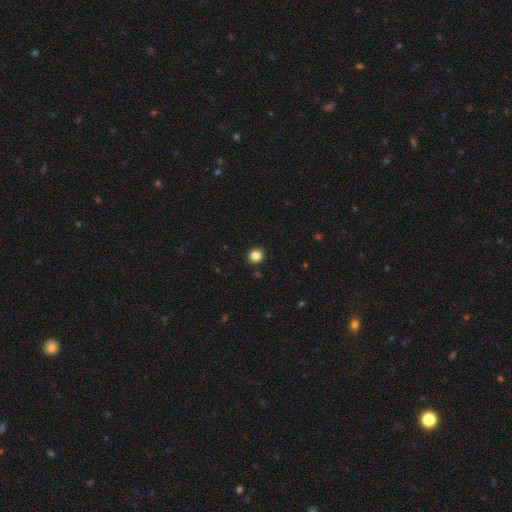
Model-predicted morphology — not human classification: type=smooth (85%); roundness=round (86%); merging=none (92%).